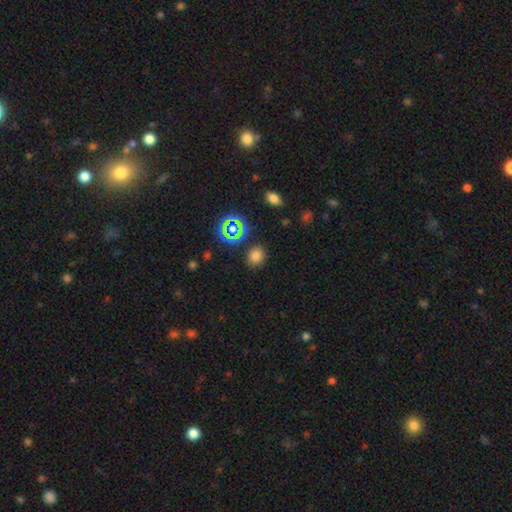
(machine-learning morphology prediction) Overall: smooth (74%). How rounded: round (63%; in between 36%). Merging: none (84%).